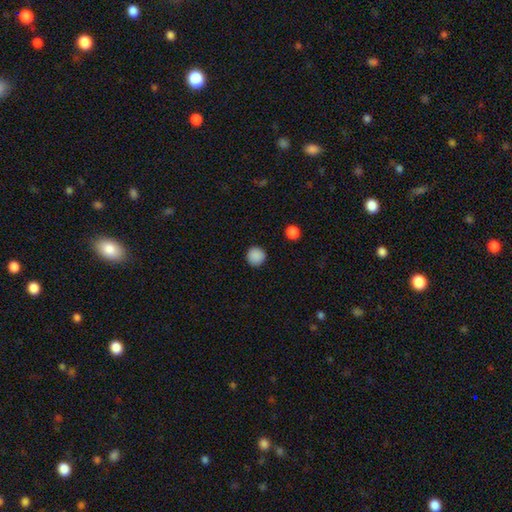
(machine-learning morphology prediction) smooth_or_featured: smooth (p=0.88) [alt: star or artifact p=0.09]
how_rounded: round (p=0.95) [alt: in between p=0.04]
merging: none (p=0.91) [alt: minor disturbance p=0.06]